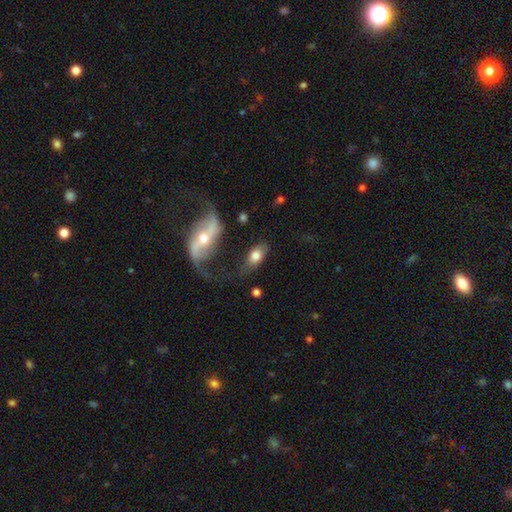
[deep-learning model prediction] smooth 66%, featured or disk 26%, star or artifact 7%. Down the decision tree: how rounded — in between (88%); merging — none (59%).